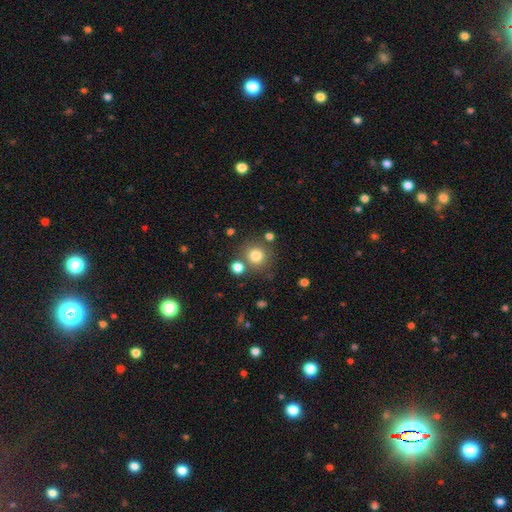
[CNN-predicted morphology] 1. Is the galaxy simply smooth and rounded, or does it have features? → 80% smooth, 13% star or artifact, 7% featured or disk.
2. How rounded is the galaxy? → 91% round, 8% in between, 1% cigar-shaped.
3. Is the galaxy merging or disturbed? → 77% none, 11% merger, 9% minor disturbance, 4% major disturbance.